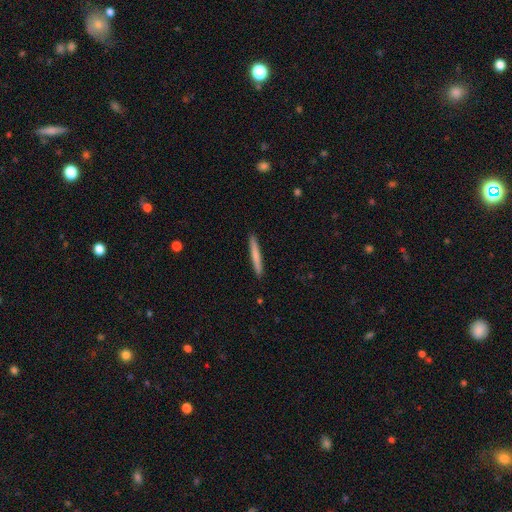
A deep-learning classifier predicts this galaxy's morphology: This is likely a smooth galaxy (71%). How rounded: clearly cigar-shaped (97%). Merging: clearly none (92%).